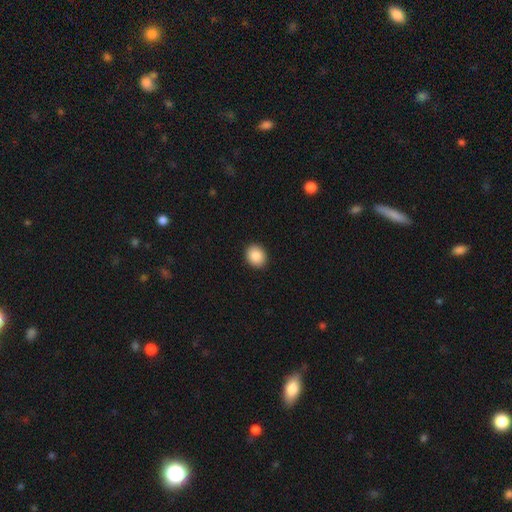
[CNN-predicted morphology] Smooth or featured: smooth — 88% (star or artifact — 8%)
How rounded: round — 54% (in between — 45%)
Merging: none — 91% (minor disturbance — 6%)